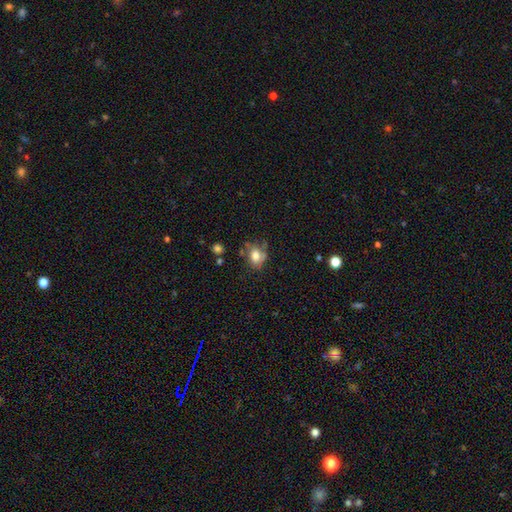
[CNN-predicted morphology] A smooth galaxy with no disk features (74%) that is in between round and cigar-shaped (51%). Merging: none (53%).